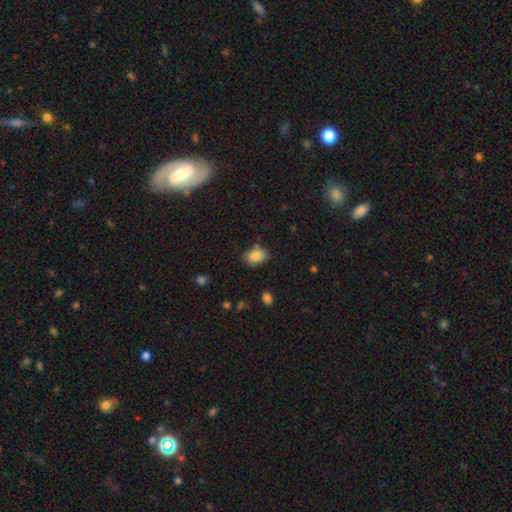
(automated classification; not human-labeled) smooth-or-featured: smooth: 84% | star or artifact: 9% | featured or disk: 7%
  how-rounded: in between: 77% | round: 22% | cigar-shaped: 1%
  merging: none: 75% | minor disturbance: 18% | merger: 4% | major disturbance: 4%